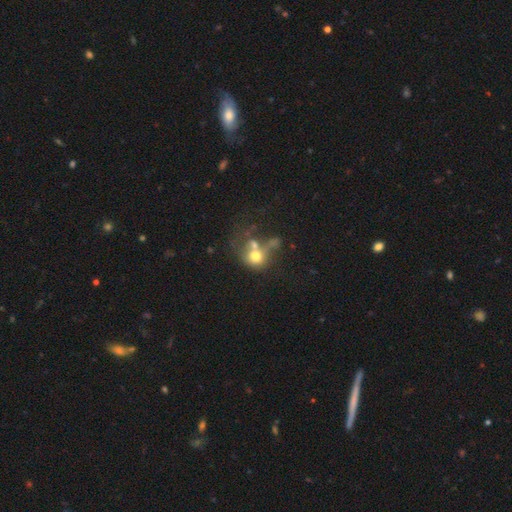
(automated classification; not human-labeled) Smooth or featured?
  - smooth: 63% *
  - featured or disk: 24%
  - star or artifact: 13%
How rounded?
  - round: 69% *
  - in between: 29%
  - cigar-shaped: 1%
Merging?
  - merger: 52% *
  - none: 22%
  - major disturbance: 16%
  - minor disturbance: 10%